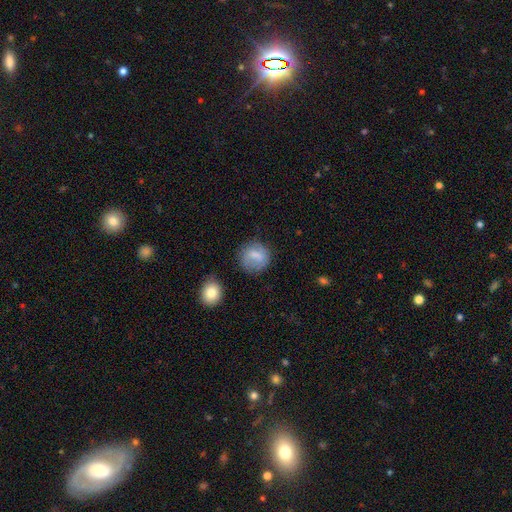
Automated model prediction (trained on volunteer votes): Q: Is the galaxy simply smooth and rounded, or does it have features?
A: smooth — 71%.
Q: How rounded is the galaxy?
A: round — 82%.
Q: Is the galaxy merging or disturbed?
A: none — 71%.